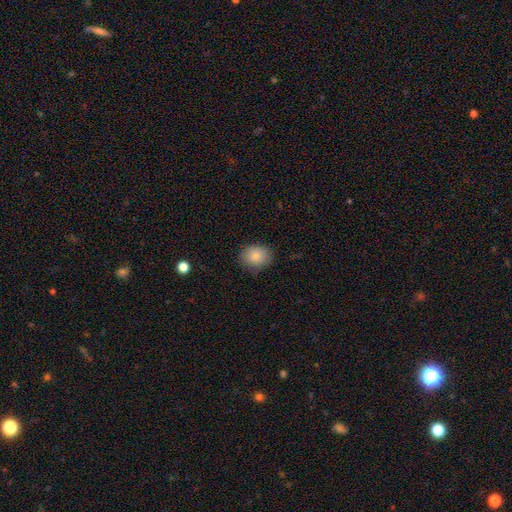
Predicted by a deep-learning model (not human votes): Morphology: type=smooth (85%); roundness=round (56%); merging=none (82%).